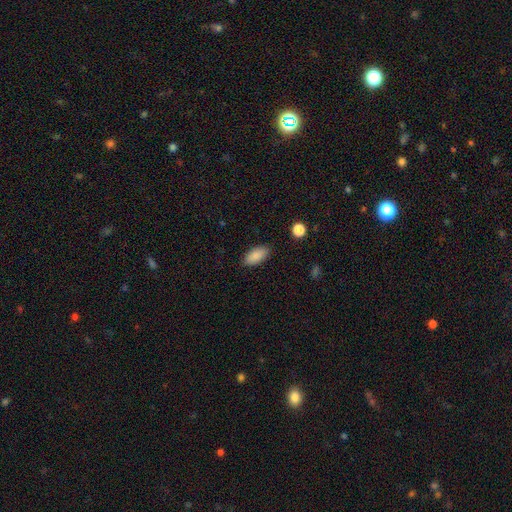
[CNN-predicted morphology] Overall: smooth (88%). How rounded: in between (90%). Merging: none (87%).